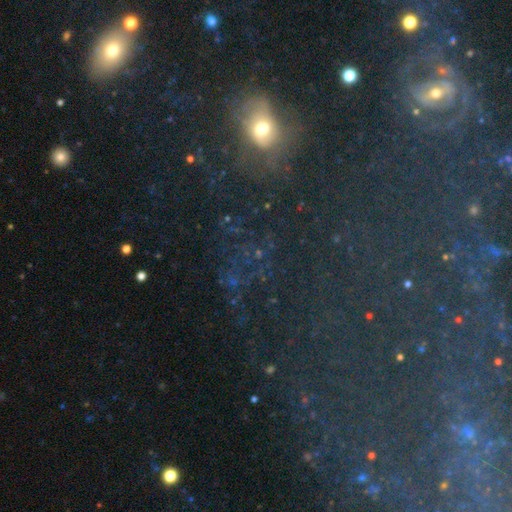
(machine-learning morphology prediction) smooth_or_featured: star or artifact (p=0.54) [alt: smooth p=0.31]